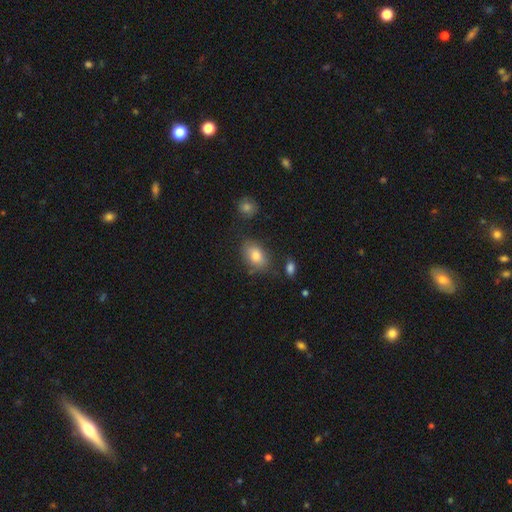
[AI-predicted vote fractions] This is clearly a smooth galaxy (80%). How rounded: clearly in between (83%). Merging: likely none (72%).